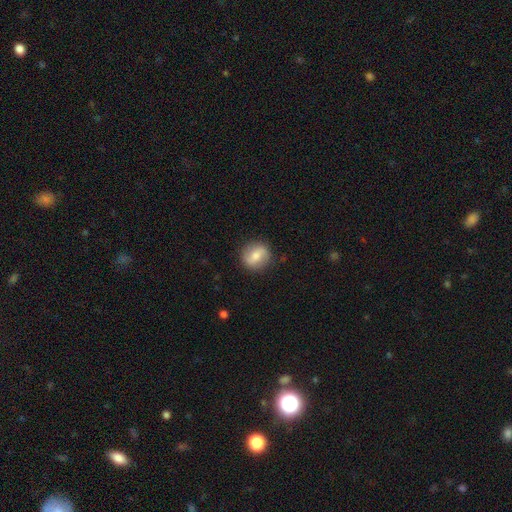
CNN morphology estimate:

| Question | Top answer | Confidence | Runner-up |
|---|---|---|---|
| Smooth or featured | smooth | 61% | featured or disk (32%) |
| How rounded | round | 83% | in between (16%) |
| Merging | none | 86% | minor disturbance (10%) |